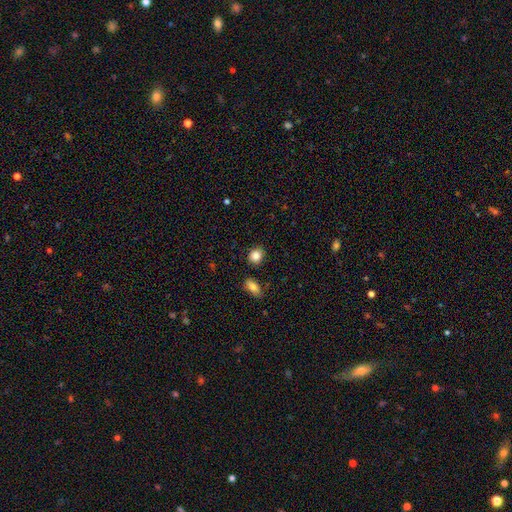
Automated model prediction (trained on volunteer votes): smooth_or_featured: smooth (p=0.86) [alt: star or artifact p=0.09]
how_rounded: round (p=0.61) [alt: in between p=0.37]
merging: none (p=0.85) [alt: minor disturbance p=0.10]